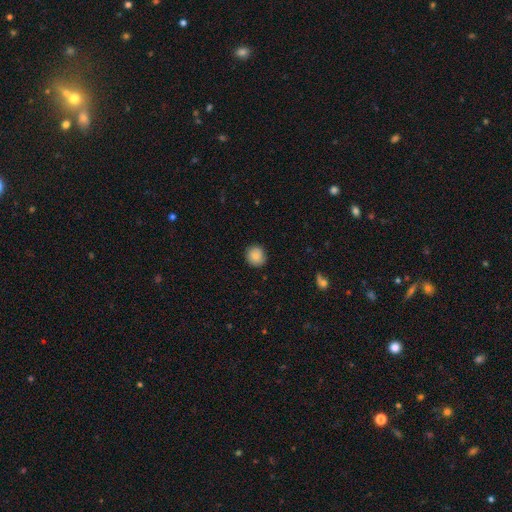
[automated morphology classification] Overall: smooth (84%). How rounded: round (91%). Merging: none (89%).